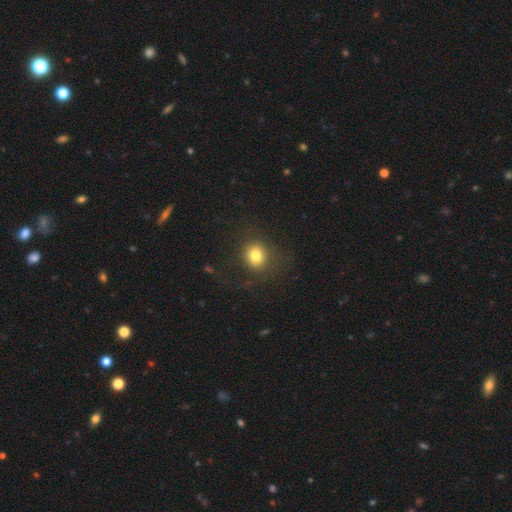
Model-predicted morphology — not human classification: Smooth or featured: smooth — 80% (star or artifact — 12%)
How rounded: round — 81% (in between — 18%)
Merging: none — 80% (minor disturbance — 11%)